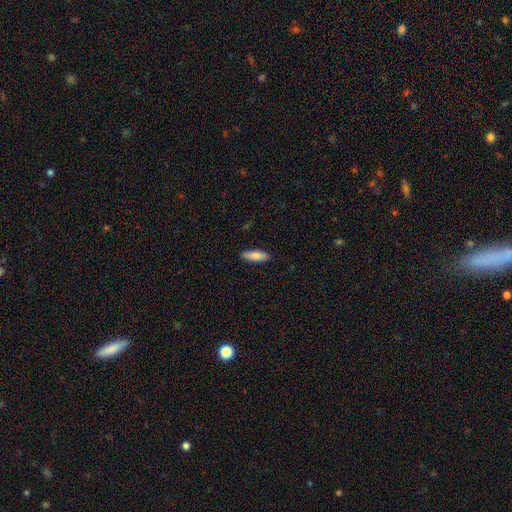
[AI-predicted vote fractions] A smooth galaxy with no disk features (79%) that is in between round and cigar-shaped (53%). Merging: none (89%).